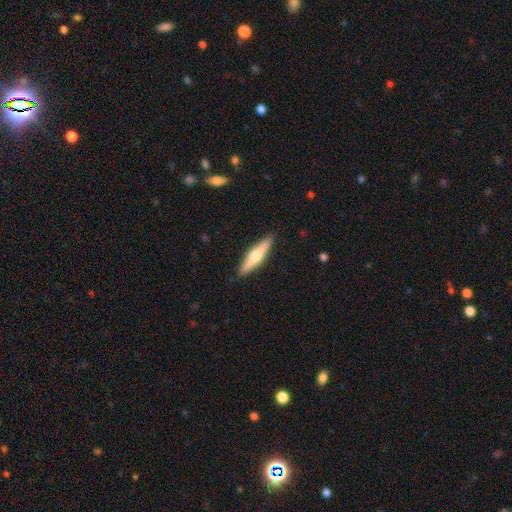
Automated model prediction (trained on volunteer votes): smooth 51%, featured or disk 43%, star or artifact 5%. Down the decision tree: how rounded — cigar-shaped (80%); merging — none (90%).